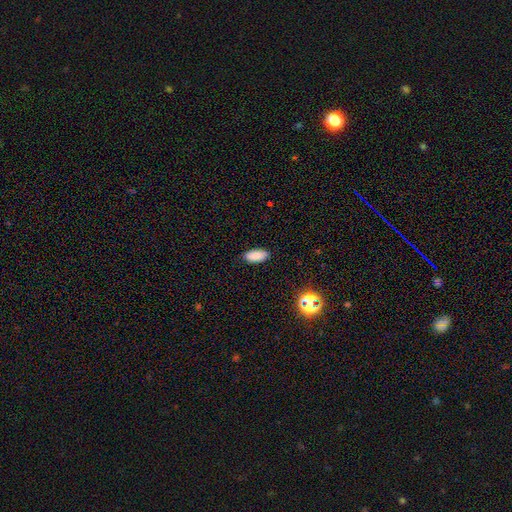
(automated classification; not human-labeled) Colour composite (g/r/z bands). It shows a smooth galaxy with no disk features (87%) that is in between round and cigar-shaped (89%). Merging: none (88%).